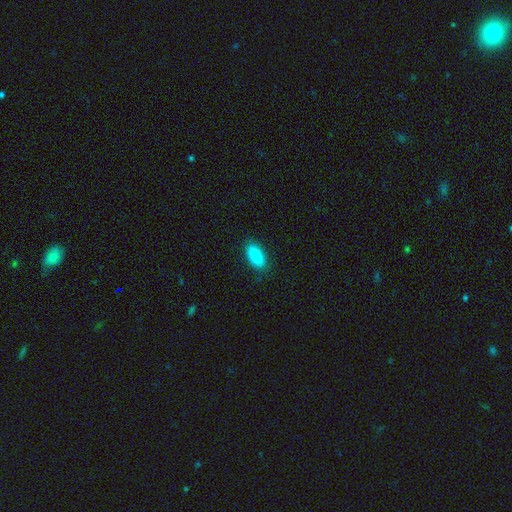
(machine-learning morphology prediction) Smooth or featured? Predicted: smooth (p=0.89). How rounded? Predicted: in between (p=0.88). Merging? Predicted: none (p=0.88).